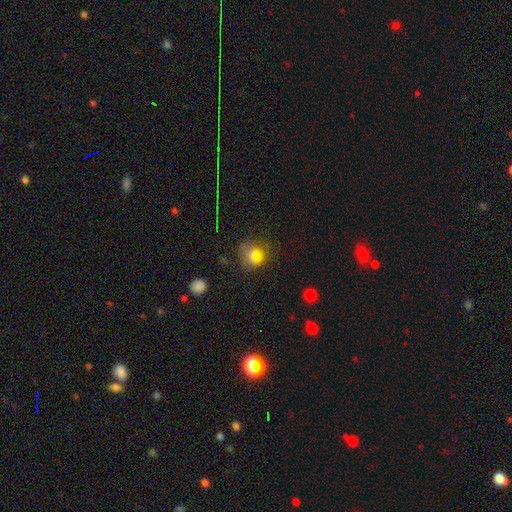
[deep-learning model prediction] smooth 59%, star or artifact 30%, featured or disk 11%. Down the decision tree: how rounded — round (71%); merging — none (72%).